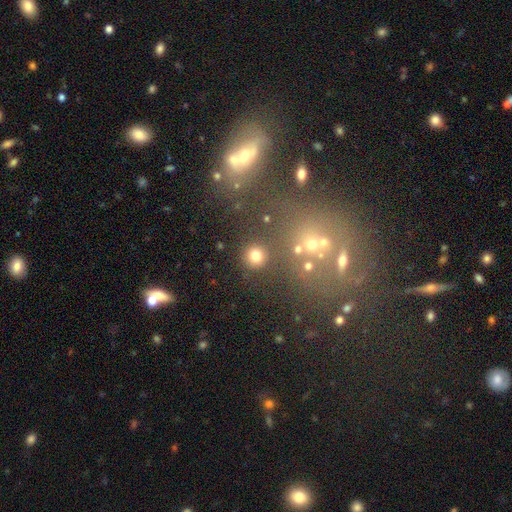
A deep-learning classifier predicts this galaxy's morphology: This appears to be a smooth galaxy with no disk features (76%) that is round (94%). Merging: none (84%).